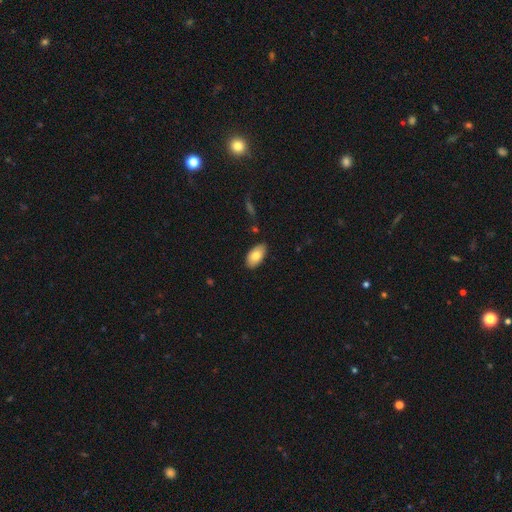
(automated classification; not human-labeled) A smooth galaxy with no disk features (77%) that is in between round and cigar-shaped (95%).

Vote fractions:
- Smooth or featured? smooth: 77% / featured or disk: 17% / star or artifact: 6%
- How rounded? in between: 95% / round: 3% / cigar-shaped: 2%
- Merging? none: 84% / minor disturbance: 12% / major disturbance: 2% / merger: 2%